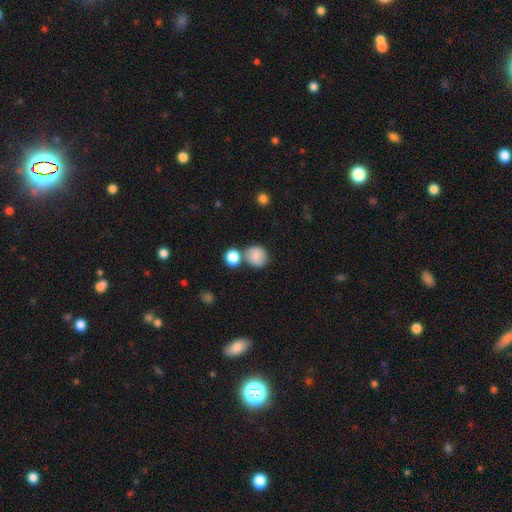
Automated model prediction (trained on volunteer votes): smooth_or_featured: smooth (p=0.81) [alt: featured or disk p=0.10]
how_rounded: round (p=0.81) [alt: in between p=0.18]
merging: none (p=0.55) [alt: merger p=0.26]